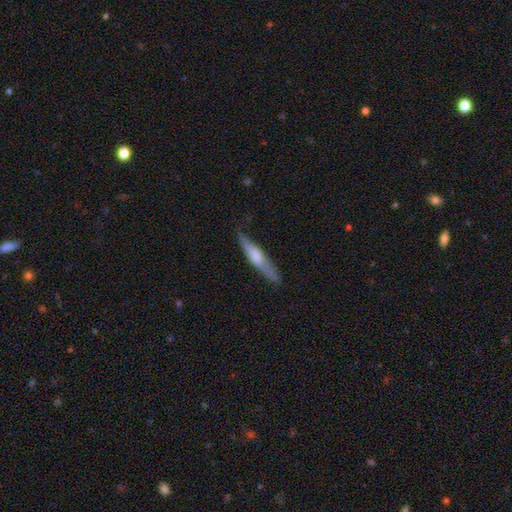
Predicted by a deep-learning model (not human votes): This is possibly a smooth galaxy (50%). Merging: likely none (78%).